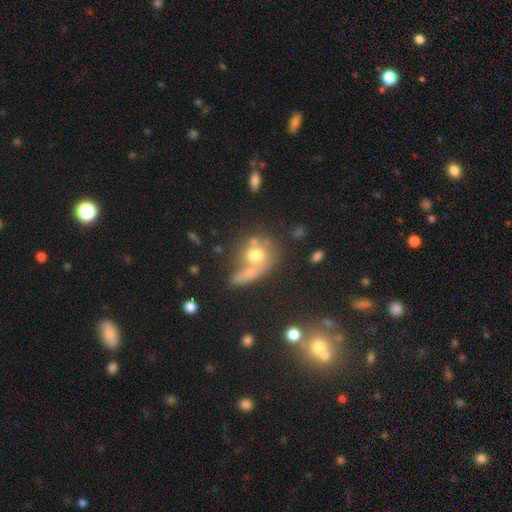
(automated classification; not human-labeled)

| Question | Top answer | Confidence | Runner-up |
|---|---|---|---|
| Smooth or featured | smooth | 67% | featured or disk (21%) |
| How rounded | round | 68% | in between (29%) |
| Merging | merger | 38% | none (35%) |